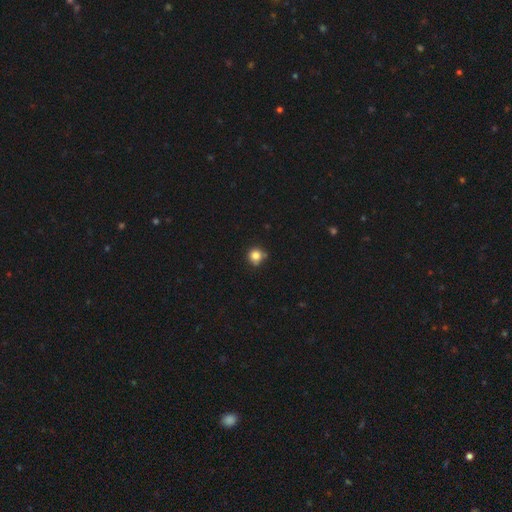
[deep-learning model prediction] smooth_or_featured: smooth (p=0.82) [alt: star or artifact p=0.12]
how_rounded: round (p=0.91) [alt: in between p=0.08]
merging: none (p=0.75) [alt: minor disturbance p=0.17]